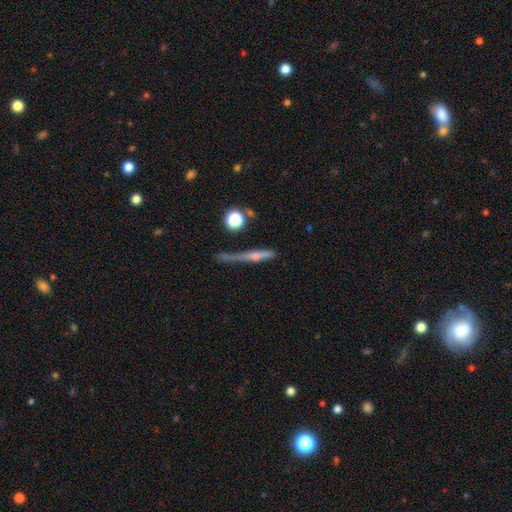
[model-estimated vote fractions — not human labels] smooth_or_featured: featured or disk (p=0.62) [alt: smooth p=0.25]
disk_edge_on: yes (p=0.92) [alt: no p=0.08]
edge_on_bulge: rounded (p=0.73) [alt: none p=0.18]
merging: none (p=0.72) [alt: minor disturbance p=0.16]